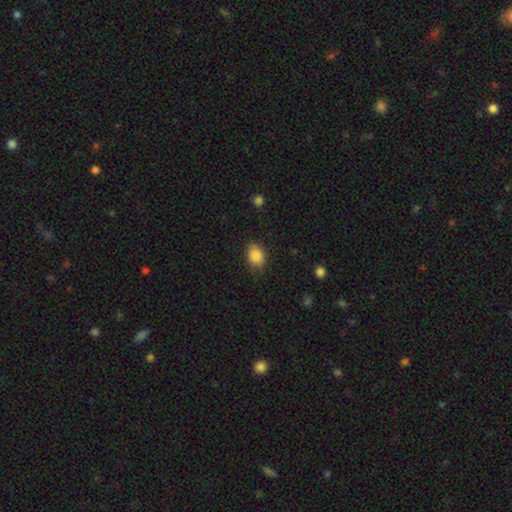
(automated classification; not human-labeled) Smooth or featured: smooth — 88% (star or artifact — 8%)
How rounded: in between — 75% (round — 24%)
Merging: none — 78% (minor disturbance — 17%)